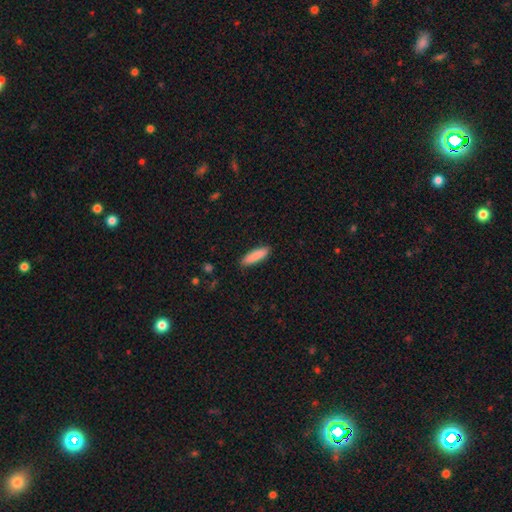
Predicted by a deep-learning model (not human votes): Morphology: type=smooth (88%); roundness=cigar-shaped (61%); merging=none (88%).